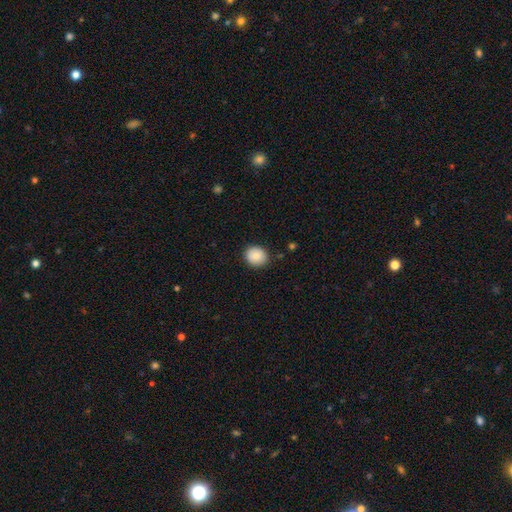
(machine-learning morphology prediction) smooth 87%, star or artifact 8%, featured or disk 6%. Down the decision tree: how rounded — round (79%); merging — none (87%).